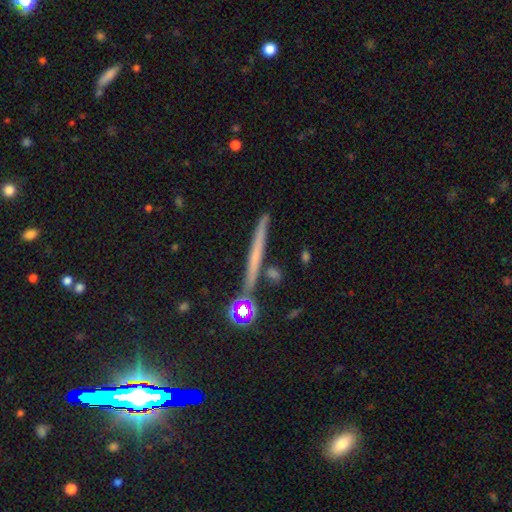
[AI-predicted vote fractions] Morphology: type=featured or disk (45%); merging=none (84%).